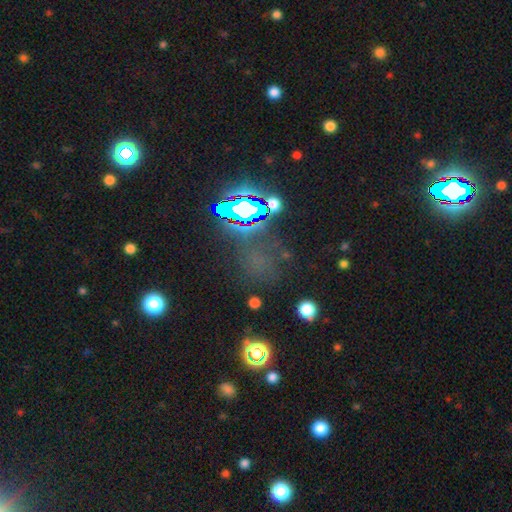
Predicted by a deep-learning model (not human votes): The model was most divided on "smooth or featured": star or artifact: 74%, smooth: 18%, featured or disk: 8%.